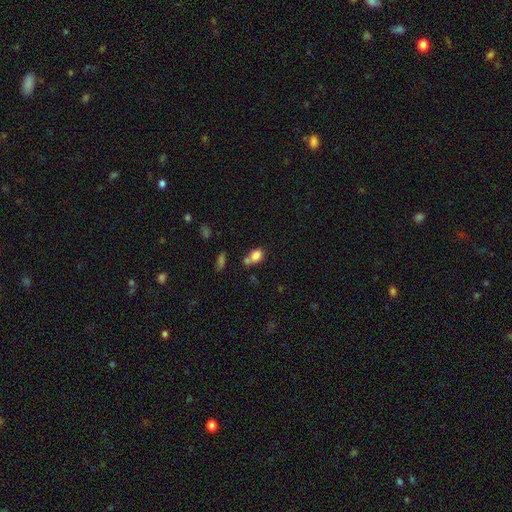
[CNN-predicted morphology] This is clearly a smooth galaxy (82%). How rounded: possibly in between (56%). Merging: marginally none (45%).